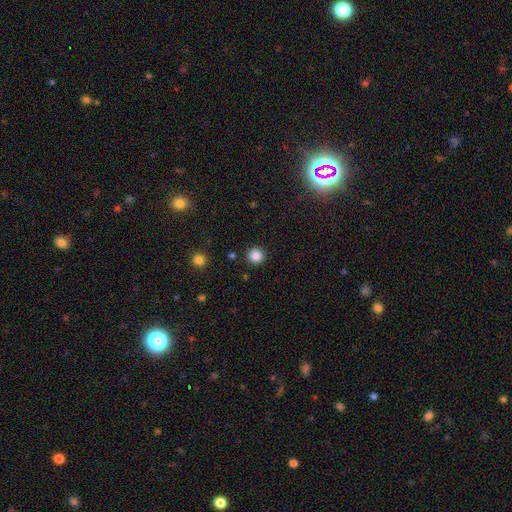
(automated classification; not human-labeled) Smooth or featured?
  - smooth: 86% *
  - star or artifact: 11%
  - featured or disk: 3%
How rounded?
  - round: 95% *
  - in between: 4%
  - cigar-shaped: 1%
Merging?
  - none: 92% *
  - minor disturbance: 5%
  - major disturbance: 2%
  - merger: 2%